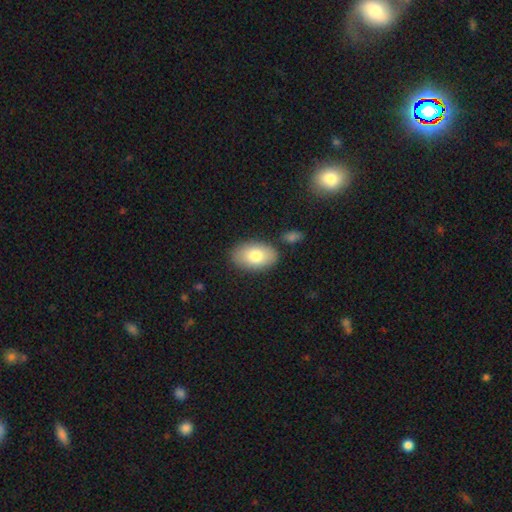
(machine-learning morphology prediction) type=smooth (79%); roundness=in between (91%); merging=none (83%).